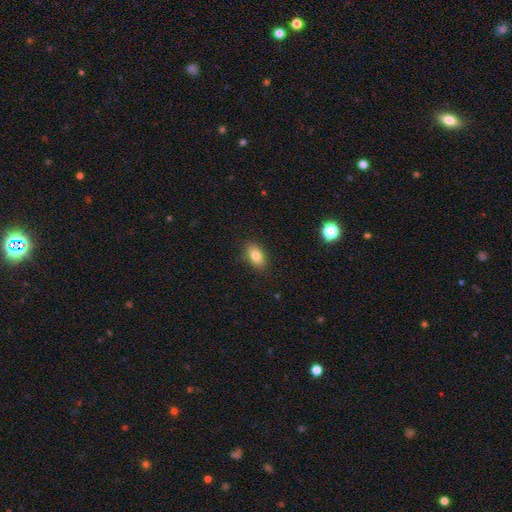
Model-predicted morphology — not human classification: This is clearly a smooth galaxy (83%). How rounded: clearly in between (88%). Merging: clearly none (87%).